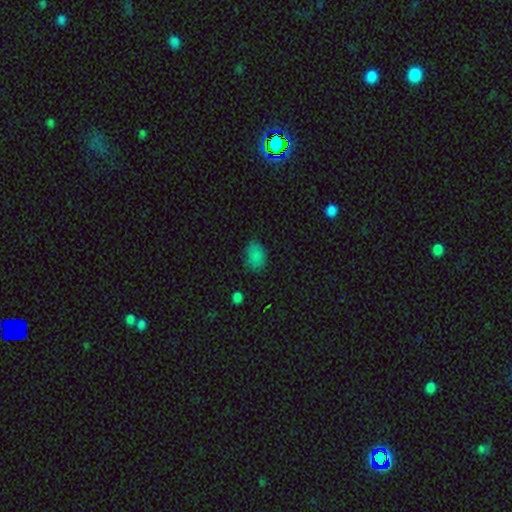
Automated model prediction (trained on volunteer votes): Smooth or featured? Predicted: smooth (p=0.82). How rounded? Predicted: in between (p=0.79). Merging? Predicted: none (p=0.74).